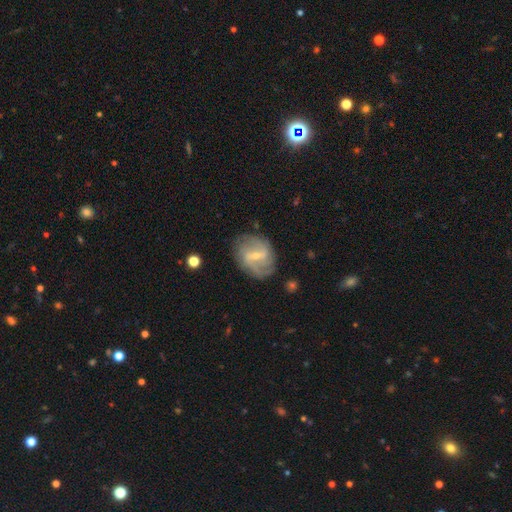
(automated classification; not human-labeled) Q: Smooth or featured?
A: featured or disk (81%); runner-up: smooth (13%)
Q: Edge-on disk?
A: no (96%); runner-up: yes (4%)
Q: Bar?
A: weak (51%); runner-up: strong (35%)
Q: Spiral arms?
A: yes (91%); runner-up: no (9%)
Q: Spiral winding?
A: medium (42%); runner-up: loose (29%)
Q: Spiral arm count?
A: 2 (53%); runner-up: can't tell (23%)
Q: Bulge size?
A: small (67%); runner-up: moderate (29%)
Q: Merging?
A: none (73%); runner-up: minor disturbance (17%)